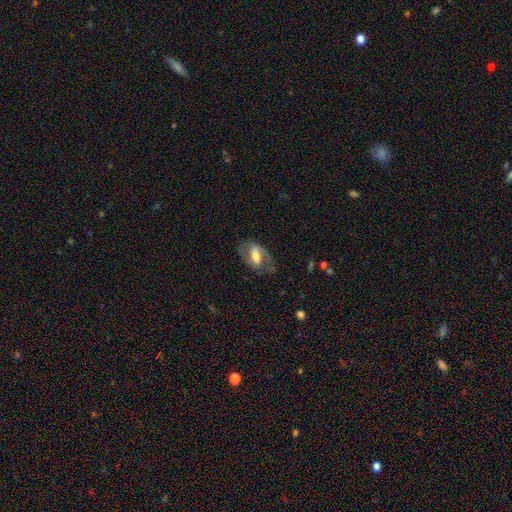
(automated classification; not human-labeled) Smooth or featured? Predicted: featured or disk (p=0.65). Edge-on disk? Predicted: no (p=0.94). Bar? Predicted: strong (p=0.43). Spiral arms? Predicted: yes (p=0.78). Bulge size? Predicted: moderate (p=0.45). Merging? Predicted: none (p=0.67).